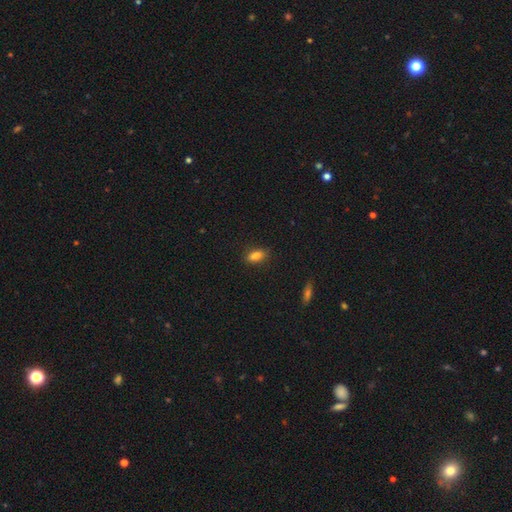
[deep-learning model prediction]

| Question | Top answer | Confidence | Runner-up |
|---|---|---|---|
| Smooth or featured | smooth | 84% | star or artifact (10%) |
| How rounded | in between | 84% | cigar-shaped (10%) |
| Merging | none | 84% | minor disturbance (12%) |